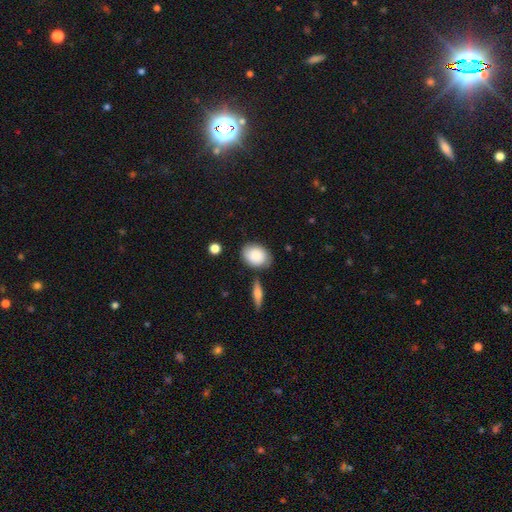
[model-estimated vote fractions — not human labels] Overall: smooth (80%). How rounded: in between (65%; round 33%). Merging: none (71%).